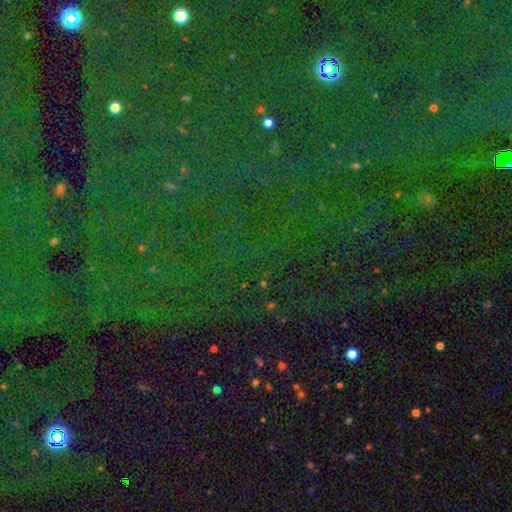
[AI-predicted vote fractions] Q: Smooth or featured?
A: star or artifact (85%); runner-up: smooth (9%)